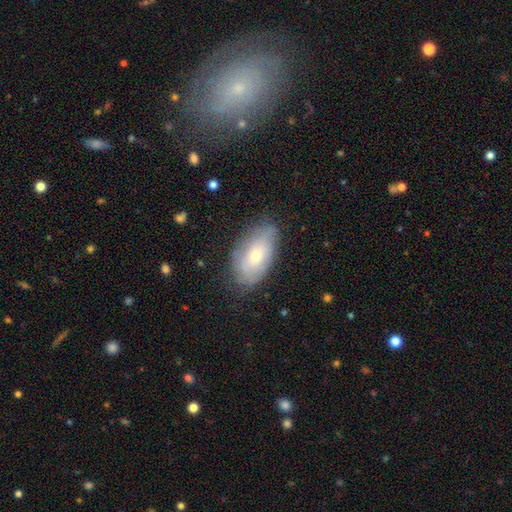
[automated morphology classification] smooth 54%, featured or disk 39%, star or artifact 8%. Down the decision tree: how rounded — in between (92%); merging — none (71%).